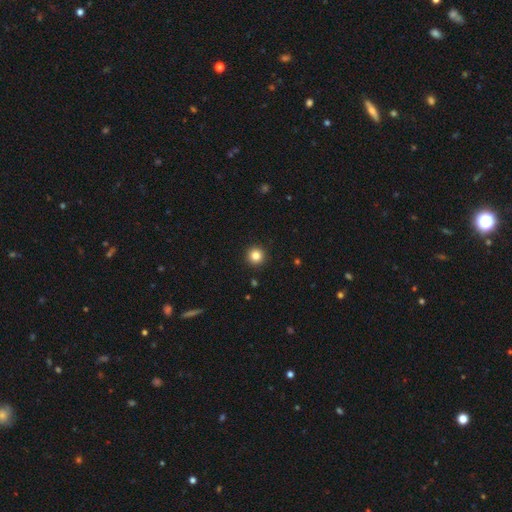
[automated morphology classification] A smooth galaxy with no disk features (83%) that is round (96%). Merging: none (93%).